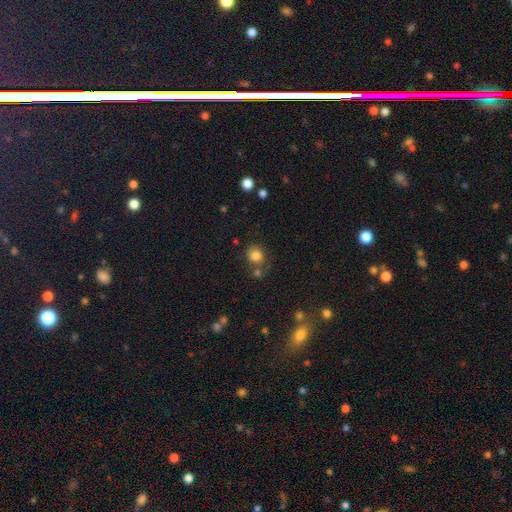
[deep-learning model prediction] Smooth or featured?
  - smooth: 81% *
  - star or artifact: 12%
  - featured or disk: 7%
How rounded?
  - round: 78% *
  - in between: 21%
  - cigar-shaped: 1%
Merging?
  - none: 66% *
  - merger: 15%
  - minor disturbance: 14%
  - major disturbance: 5%